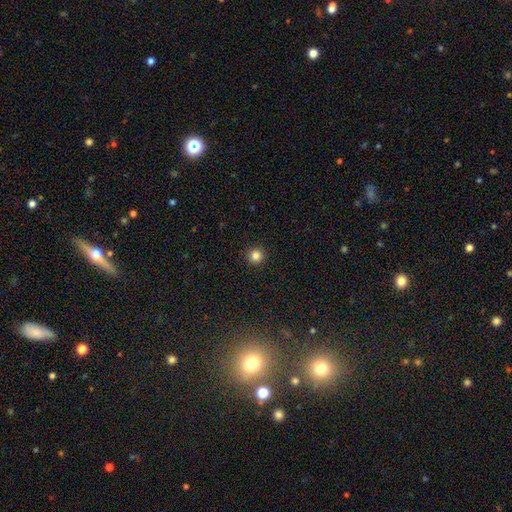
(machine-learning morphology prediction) A smooth galaxy with no disk features (84%) that is round (95%). Merging: none (93%).